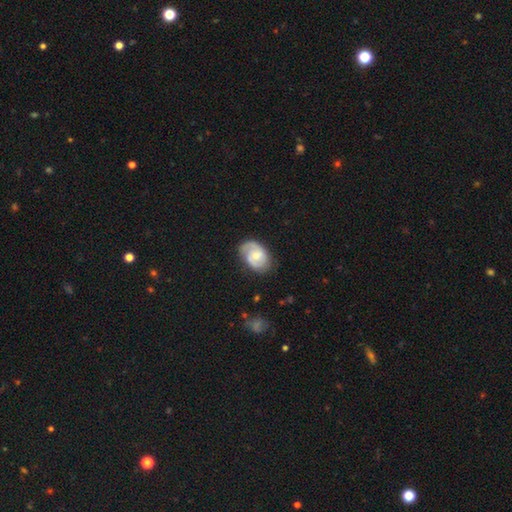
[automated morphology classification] Q: Smooth or featured?
A: featured or disk (73%); runner-up: smooth (22%)
Q: Edge-on disk?
A: no (97%); runner-up: yes (3%)
Q: Bar?
A: no (51%); runner-up: weak (42%)
Q: Spiral arms?
A: yes (92%); runner-up: no (8%)
Q: Spiral winding?
A: medium (45%); runner-up: tight (40%)
Q: Spiral arm count?
A: 2 (80%); runner-up: can't tell (10%)
Q: Bulge size?
A: moderate (47%); runner-up: small (46%)
Q: Merging?
A: none (74%); runner-up: minor disturbance (19%)